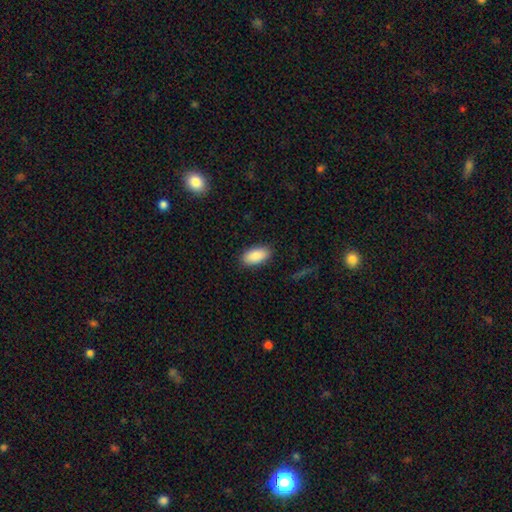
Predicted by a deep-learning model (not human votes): smooth 89%, star or artifact 6%, featured or disk 4%. Down the decision tree: how rounded — in between (94%); merging — none (87%).